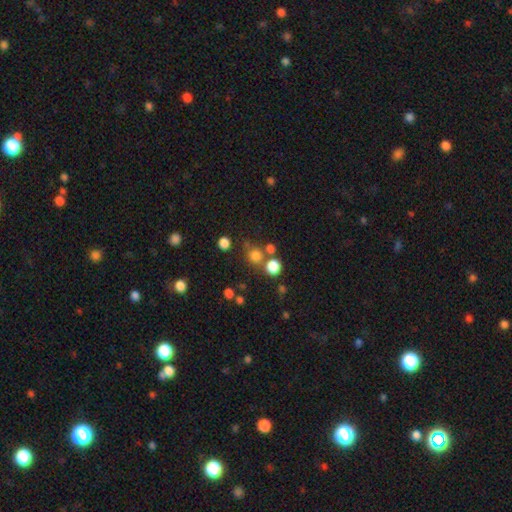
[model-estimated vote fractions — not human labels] Overall: smooth (74%). How rounded: round (89%). Merging: none (66%).